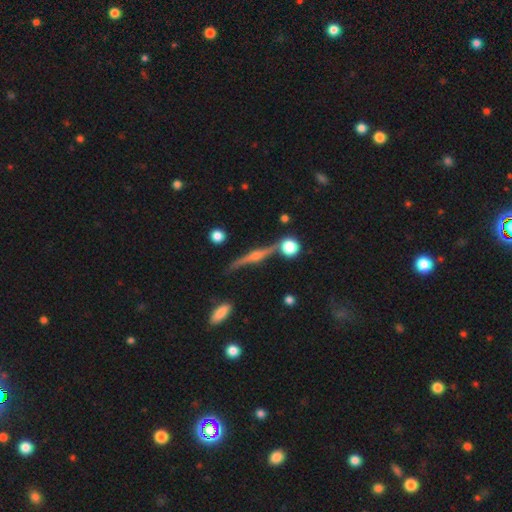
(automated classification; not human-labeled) Morphology: type=featured or disk (81%); edge-on=yes (97%); edge-on bulge=rounded (90%); merging=none (82%).